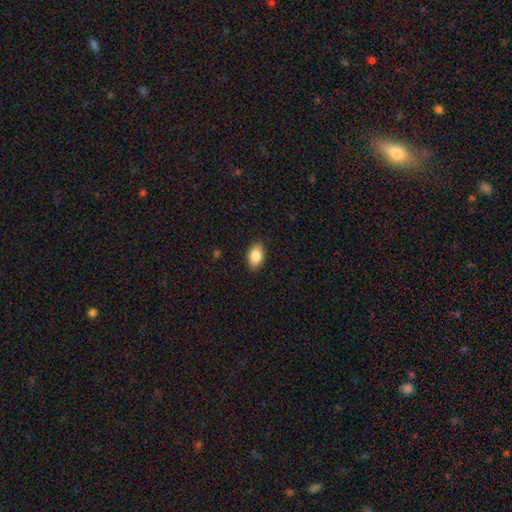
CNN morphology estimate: Overall: smooth (87%). How rounded: in between (90%). Merging: none (86%).